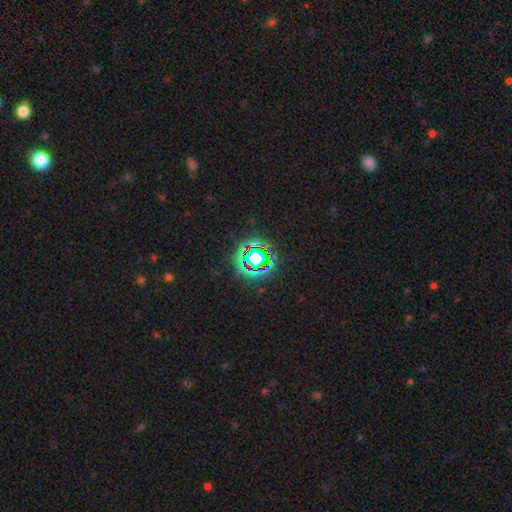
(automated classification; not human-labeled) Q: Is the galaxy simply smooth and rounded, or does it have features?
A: star or artifact — 75%.